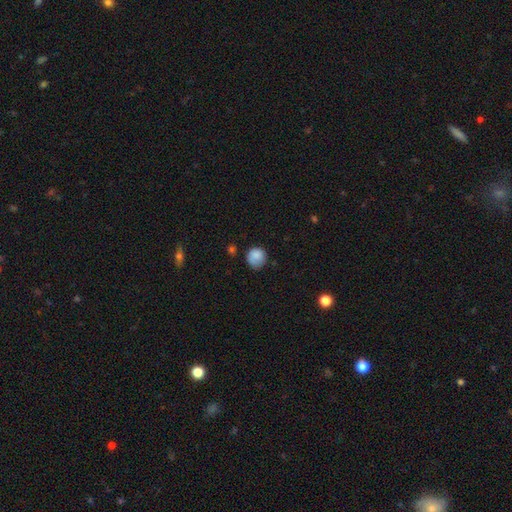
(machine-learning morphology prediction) smooth 84%, star or artifact 8%, featured or disk 8%. Down the decision tree: how rounded — round (86%); merging — none (63%).